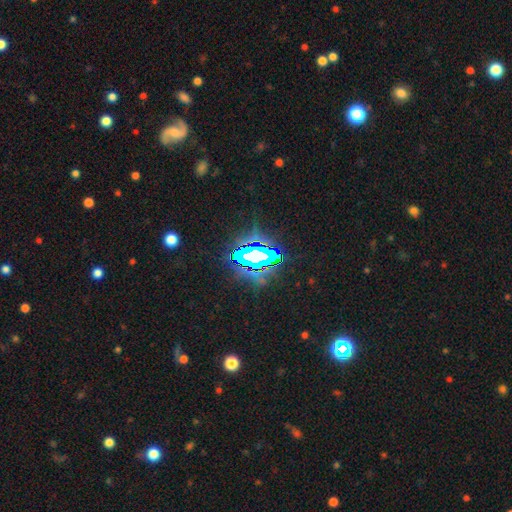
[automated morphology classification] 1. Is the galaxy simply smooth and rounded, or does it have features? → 74% star or artifact, 14% featured or disk, 13% smooth.